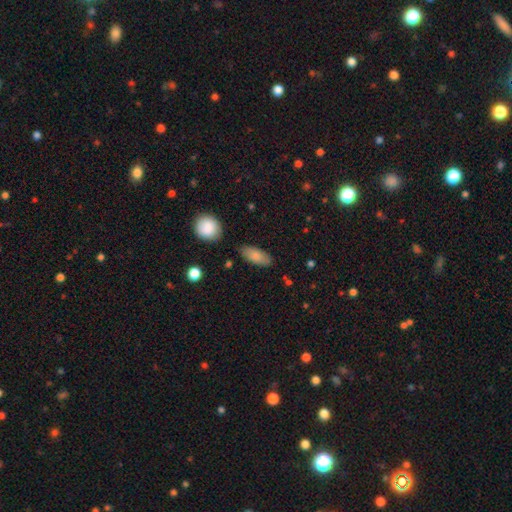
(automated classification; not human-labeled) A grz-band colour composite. It shows a smooth galaxy with no disk features (82%) that is in between round and cigar-shaped (84%). Merging: none (82%).